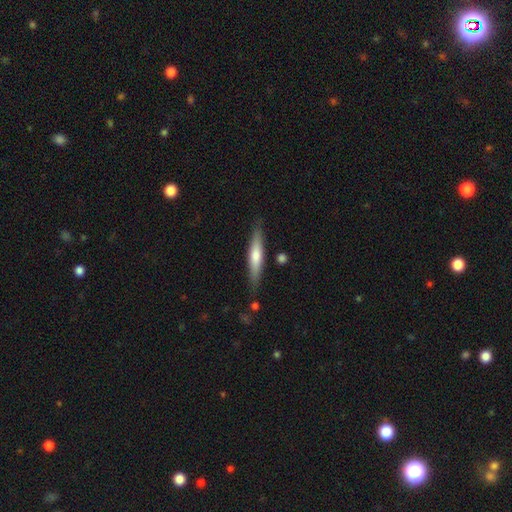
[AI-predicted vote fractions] Smooth or featured? Predicted: smooth (p=0.54). How rounded? Predicted: cigar-shaped (p=0.87). Merging? Predicted: none (p=0.84).